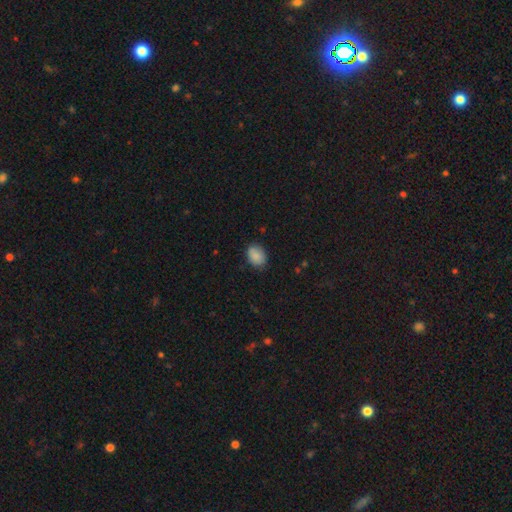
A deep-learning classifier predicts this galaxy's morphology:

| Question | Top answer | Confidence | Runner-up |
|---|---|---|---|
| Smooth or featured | smooth | 86% | star or artifact (7%) |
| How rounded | in between | 70% | round (29%) |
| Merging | none | 77% | minor disturbance (18%) |